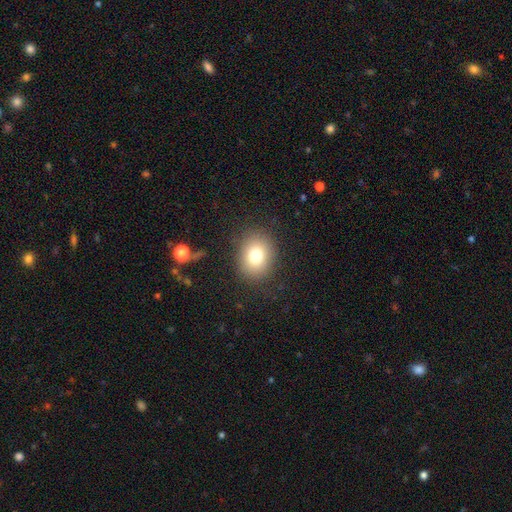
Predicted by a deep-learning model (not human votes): Smooth or featured? Predicted: smooth (p=0.77). How rounded? Predicted: round (p=0.52). Merging? Predicted: none (p=0.85).